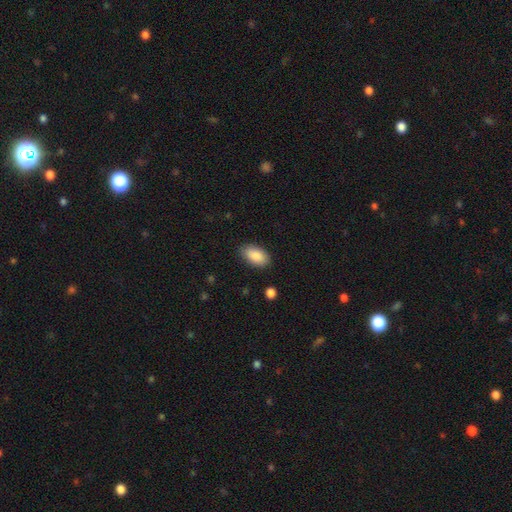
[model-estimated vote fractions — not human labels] A smooth galaxy with no disk features (87%) that is in between round and cigar-shaped (94%). Merging: none (84%).